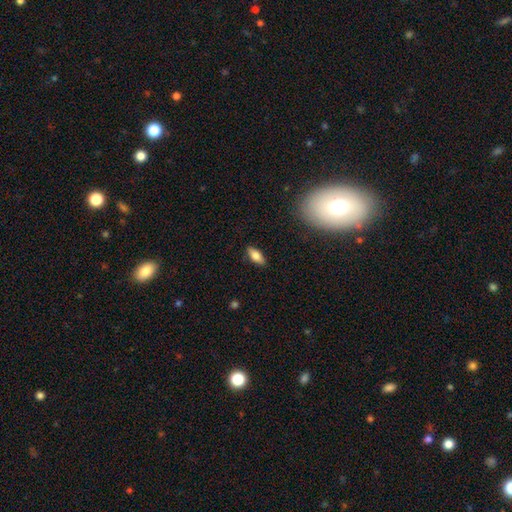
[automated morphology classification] smooth-or-featured: smooth: 74% | featured or disk: 18% | star or artifact: 7%
  how-rounded: in between: 79% | cigar-shaped: 18% | round: 3%
  merging: none: 88% | minor disturbance: 9% | major disturbance: 2% | merger: 1%